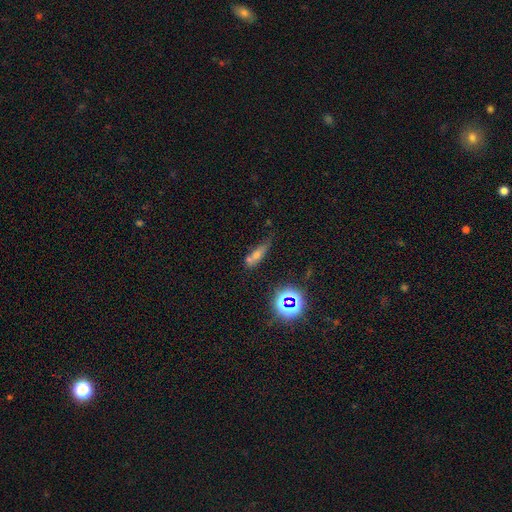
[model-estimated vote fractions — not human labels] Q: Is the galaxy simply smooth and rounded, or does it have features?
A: smooth — 59%.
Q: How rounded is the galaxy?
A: in between — 51%.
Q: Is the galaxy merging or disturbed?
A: none — 46%.